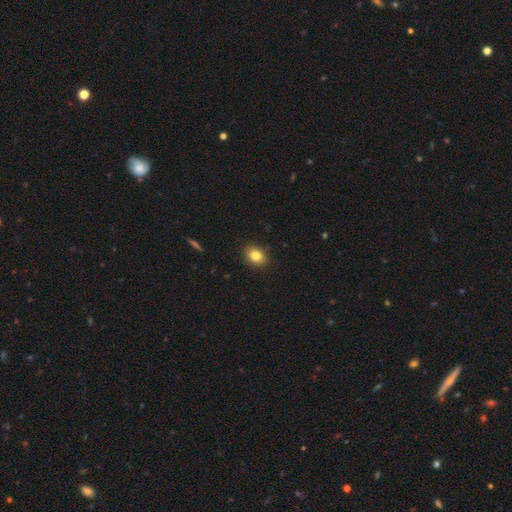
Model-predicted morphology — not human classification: The model was most divided on "how rounded": in between: 63%, round: 36%, cigar-shaped: 1%. More confident: merging — none (89%); smooth or featured — smooth (83%).